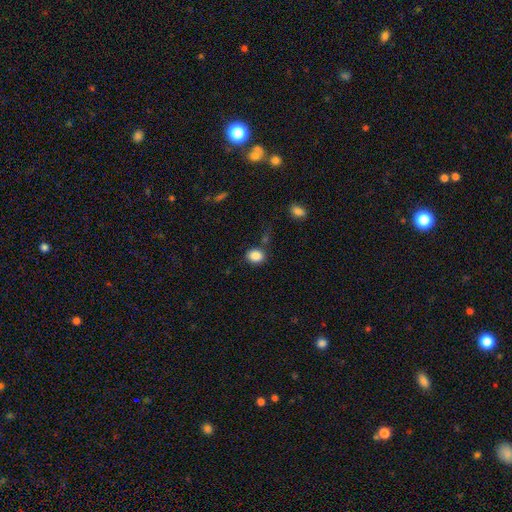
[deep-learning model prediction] smooth 86%, star or artifact 9%, featured or disk 5%. Down the decision tree: how rounded — round (51%); merging — none (78%).